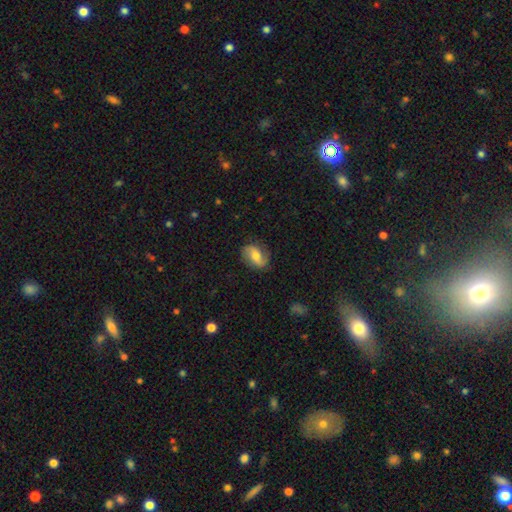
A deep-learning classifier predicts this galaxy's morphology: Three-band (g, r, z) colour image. It shows a featured or disk galaxy (59%) with no bar (43%), spiral arms (88%) and a moderate central bulge (64%). Merging: none (78%).